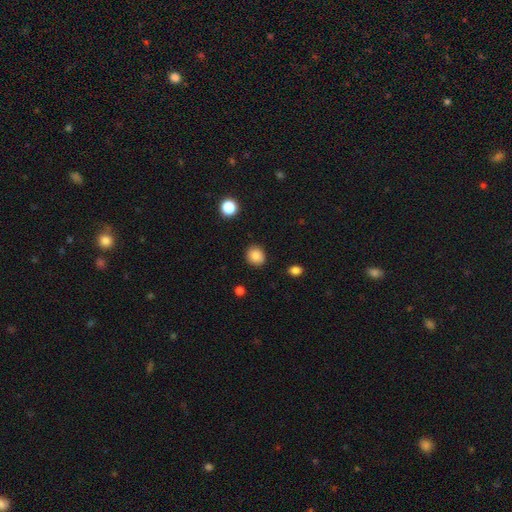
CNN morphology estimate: type=smooth (86%); roundness=round (79%); merging=none (87%).